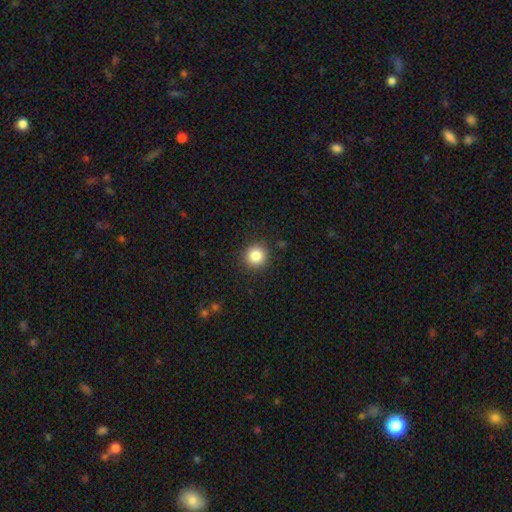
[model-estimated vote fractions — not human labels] smooth 85%, star or artifact 10%, featured or disk 4%. Down the decision tree: how rounded — round (93%); merging — none (90%).